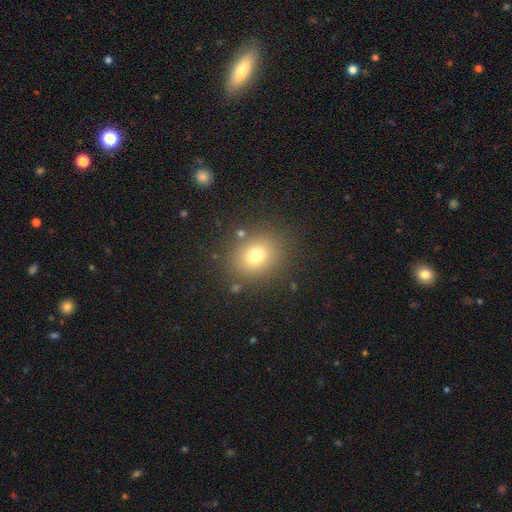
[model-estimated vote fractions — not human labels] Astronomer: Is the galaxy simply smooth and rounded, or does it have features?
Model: smooth — 73%.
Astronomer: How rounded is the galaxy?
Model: round — 68%.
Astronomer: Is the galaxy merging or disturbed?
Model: none — 83%.